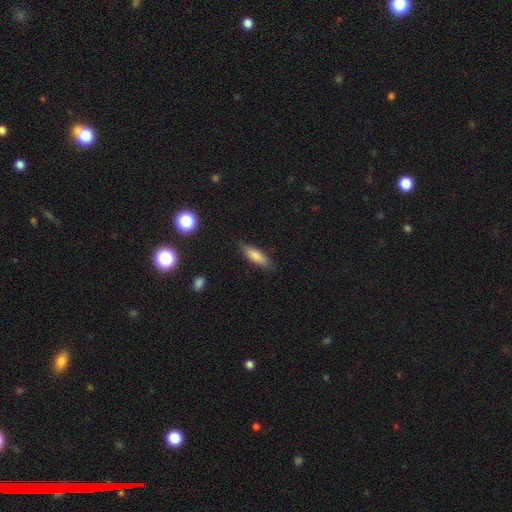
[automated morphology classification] A smooth galaxy with no disk features (81%) that is in between round and cigar-shaped (51%).

Vote fractions:
- Smooth or featured? smooth: 81% / featured or disk: 12% / star or artifact: 7%
- How rounded? in between: 51% / cigar-shaped: 47% / round: 2%
- Merging? none: 83% / minor disturbance: 13% / major disturbance: 3% / merger: 1%